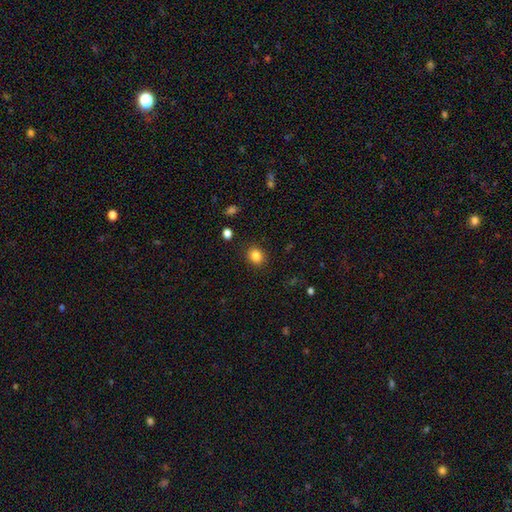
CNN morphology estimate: smooth 84%, star or artifact 11%, featured or disk 5%. Down the decision tree: how rounded — round (64%); merging — none (88%).